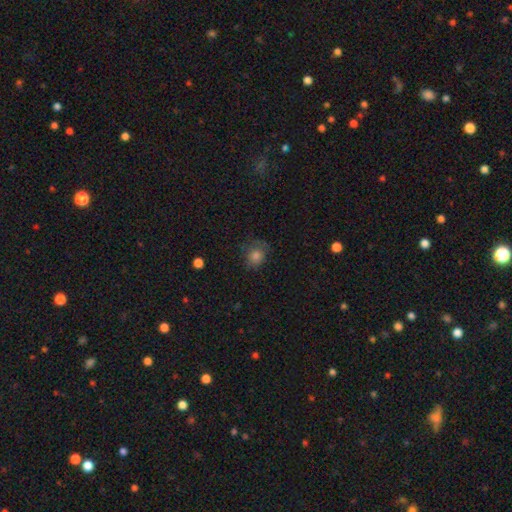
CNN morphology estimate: smooth 72%, star or artifact 15%, featured or disk 13%. Down the decision tree: how rounded — round (72%); merging — none (62%).